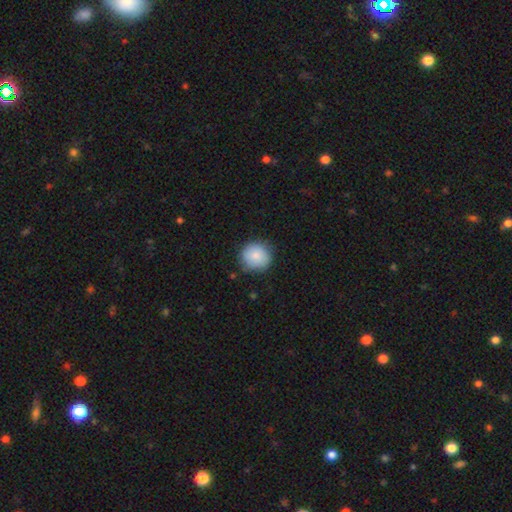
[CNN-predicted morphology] A smooth galaxy with no disk features (85%) that is round (91%). Merging: none (80%).